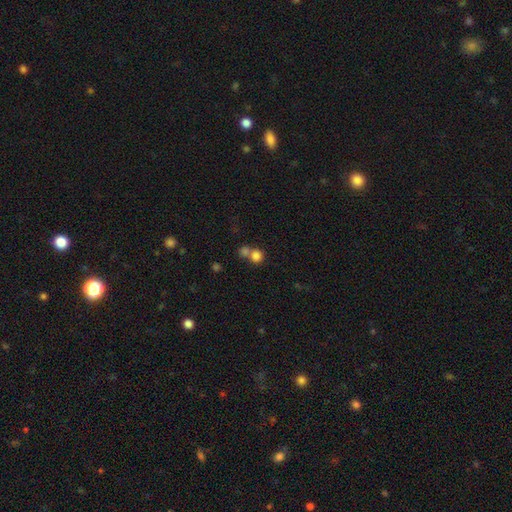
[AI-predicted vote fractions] Smooth or featured: smooth — 80% (star or artifact — 12%)
How rounded: round — 88% (in between — 11%)
Merging: none — 47% (merger — 44%)